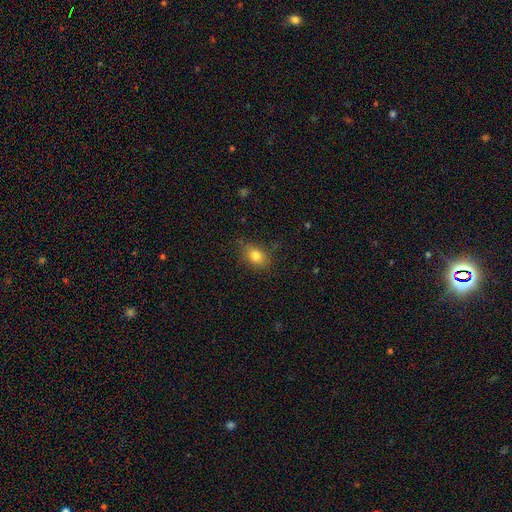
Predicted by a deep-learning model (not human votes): Smooth or featured: smooth — 81% (star or artifact — 11%)
How rounded: in between — 70% (round — 28%)
Merging: none — 77% (minor disturbance — 17%)